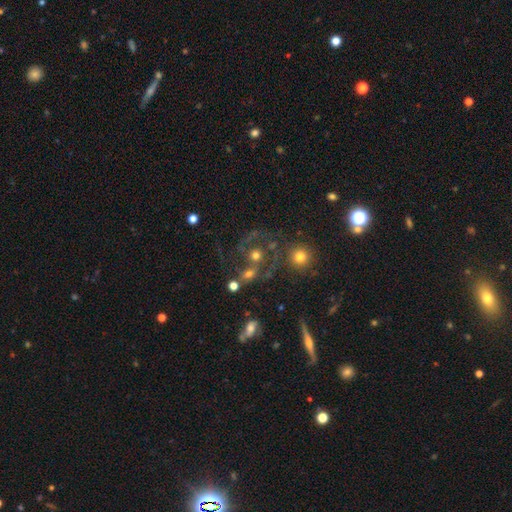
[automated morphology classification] Smooth or featured? featured or disk (51%)
Edge-on disk? no (97%)
Merging? none (42%)